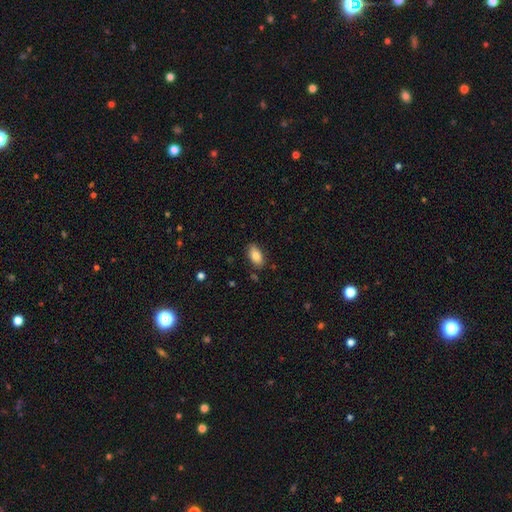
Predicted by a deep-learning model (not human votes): This is clearly a smooth galaxy (84%). How rounded: clearly in between (93%). Merging: clearly none (83%).